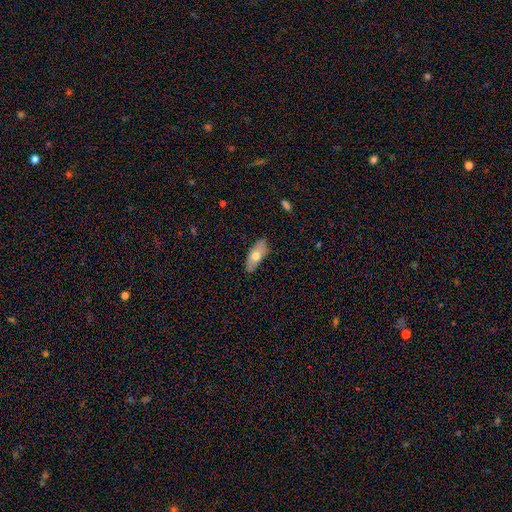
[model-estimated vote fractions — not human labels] smooth-or-featured: smooth: 66% | featured or disk: 28% | star or artifact: 6%
  how-rounded: in between: 76% | cigar-shaped: 21% | round: 3%
  merging: none: 81% | minor disturbance: 15% | major disturbance: 3% | merger: 1%